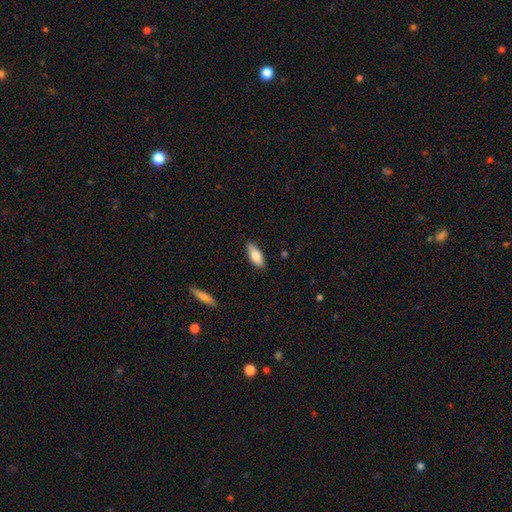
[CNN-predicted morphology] Smooth or featured: smooth — 81% (featured or disk — 13%)
How rounded: in between — 80% (cigar-shaped — 18%)
Merging: none — 86% (minor disturbance — 11%)